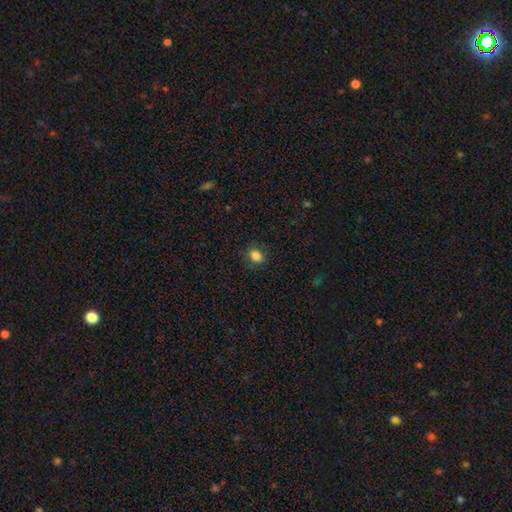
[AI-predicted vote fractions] Q: Smooth or featured?
A: smooth (85%); runner-up: star or artifact (11%)
Q: How rounded?
A: round (50%); runner-up: in between (48%)
Q: Merging?
A: none (83%); runner-up: minor disturbance (12%)